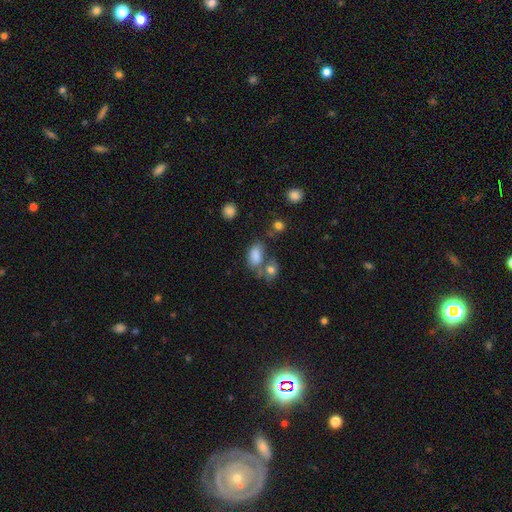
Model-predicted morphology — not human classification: Smooth or featured: smooth — 79% (star or artifact — 11%)
How rounded: in between — 88% (round — 10%)
Merging: none — 36% (merger — 35%)